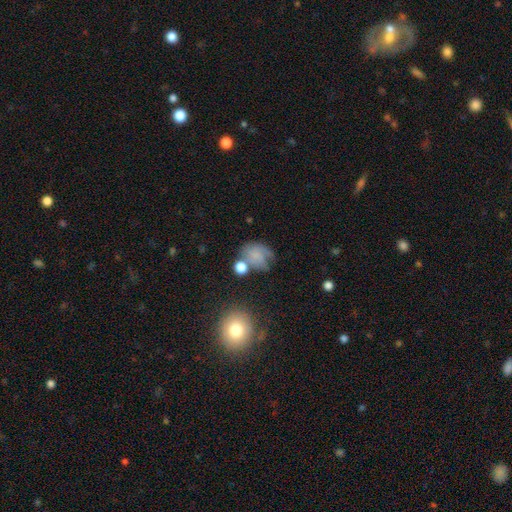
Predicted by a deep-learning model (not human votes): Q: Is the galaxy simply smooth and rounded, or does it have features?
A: smooth — 59%.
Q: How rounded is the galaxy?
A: round — 59%.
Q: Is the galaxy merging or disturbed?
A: none — 38%.